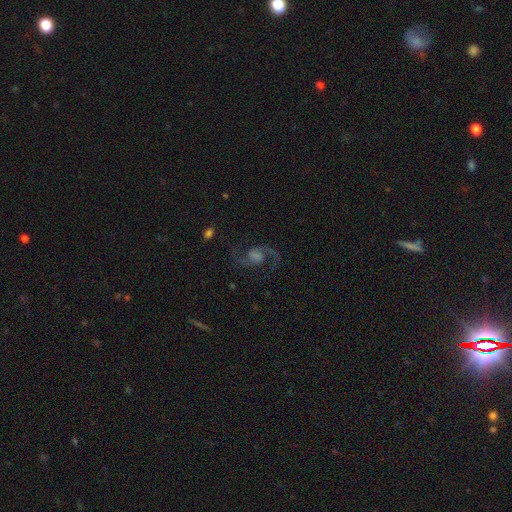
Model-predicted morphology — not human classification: Overall: featured or disk (88%). Edge-on disk: no (98%). Bar: weak (45%; no 43%). Spiral arms: yes (98%). Spiral arm count: 2 (94%). Spiral winding: medium (52%; loose 39%). Bulge size: none (31%; moderate 27%). Merging: none (79%).